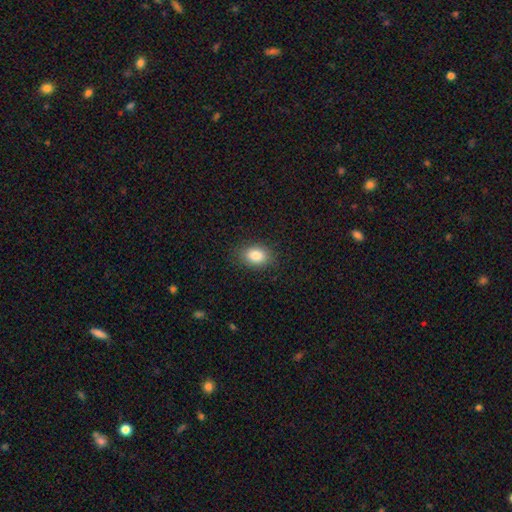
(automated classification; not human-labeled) smooth-or-featured: smooth: 85% | star or artifact: 9% | featured or disk: 7%
  how-rounded: in between: 77% | round: 22% | cigar-shaped: 1%
  merging: none: 85% | minor disturbance: 11% | major disturbance: 3% | merger: 1%